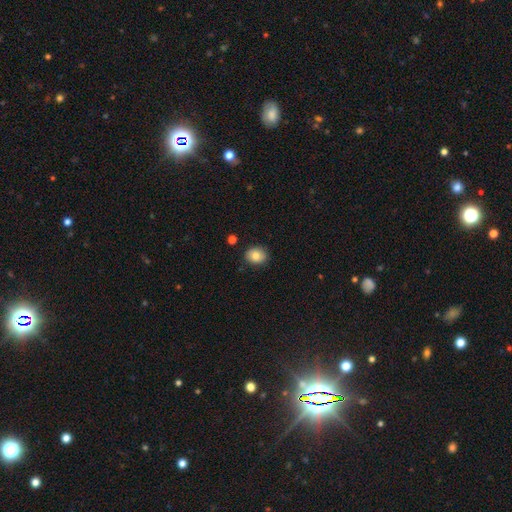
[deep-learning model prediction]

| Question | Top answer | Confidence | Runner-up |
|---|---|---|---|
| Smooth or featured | smooth | 82% | featured or disk (9%) |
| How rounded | round | 58% | in between (41%) |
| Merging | none | 85% | minor disturbance (11%) |